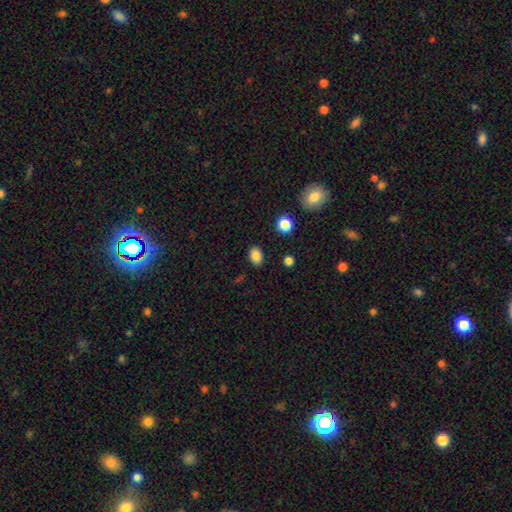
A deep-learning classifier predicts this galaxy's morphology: Q: Smooth or featured?
A: smooth (85%); runner-up: star or artifact (10%)
Q: How rounded?
A: in between (77%); runner-up: round (22%)
Q: Merging?
A: none (87%); runner-up: minor disturbance (9%)